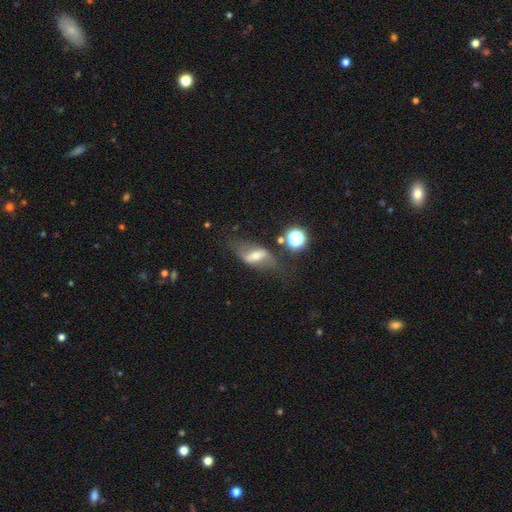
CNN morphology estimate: type=featured or disk (59%); edge-on=no (85%); bar=strong (52%); spiral arms=yes (73%); bulge=moderate (47%); merging=none (54%).